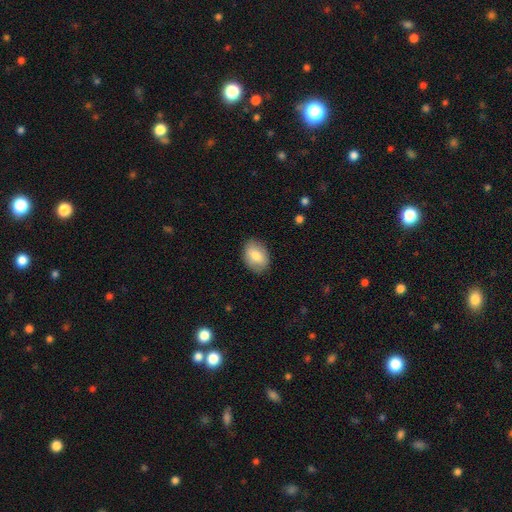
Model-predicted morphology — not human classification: smooth_or_featured: smooth (p=0.76) [alt: featured or disk p=0.17]
how_rounded: in between (p=0.76) [alt: round p=0.23]
merging: none (p=0.86) [alt: minor disturbance p=0.11]